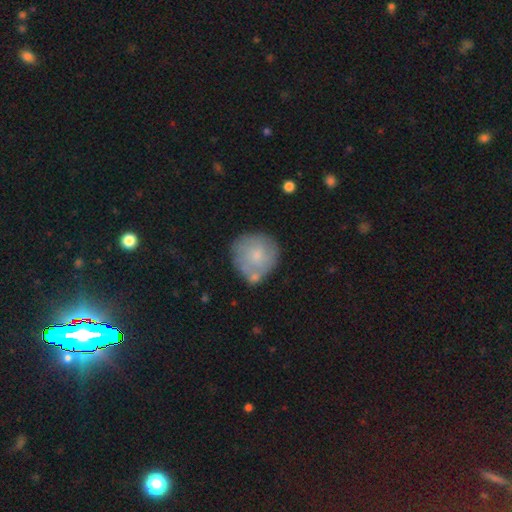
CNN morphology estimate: smooth-or-featured: smooth: 63% | featured or disk: 30% | star or artifact: 7%
  how-rounded: round: 91% | in between: 8% | cigar-shaped: 1%
  merging: none: 61% | minor disturbance: 20% | merger: 13% | major disturbance: 6%